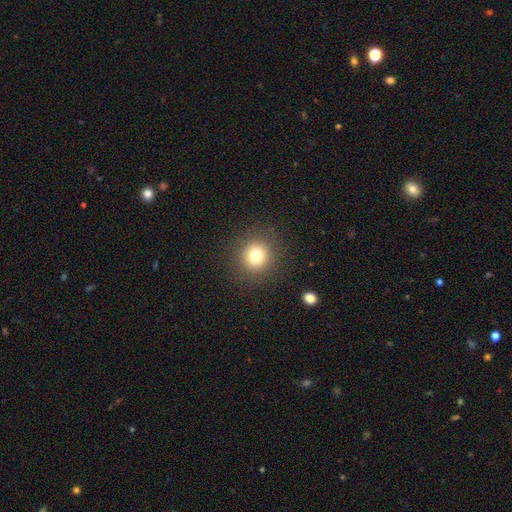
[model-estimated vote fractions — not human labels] Overall: smooth (78%). How rounded: round (90%). Merging: none (89%).